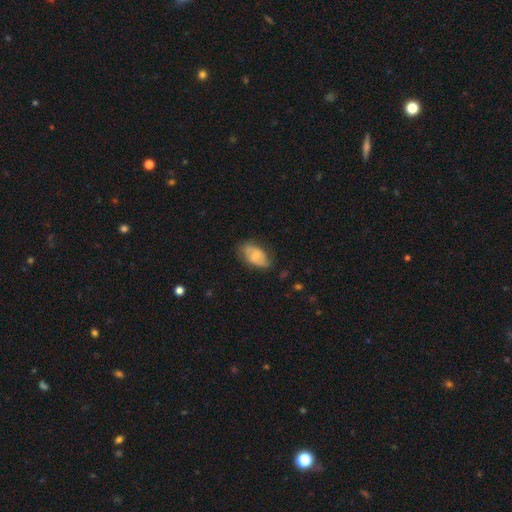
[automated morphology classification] A smooth galaxy with no disk features (59%) that is in between round and cigar-shaped (92%).

Vote fractions:
- Smooth or featured? smooth: 59% / featured or disk: 33% / star or artifact: 8%
- How rounded? in between: 92% / round: 6% / cigar-shaped: 2%
- Merging? none: 62% / minor disturbance: 28% / major disturbance: 9% / merger: 2%